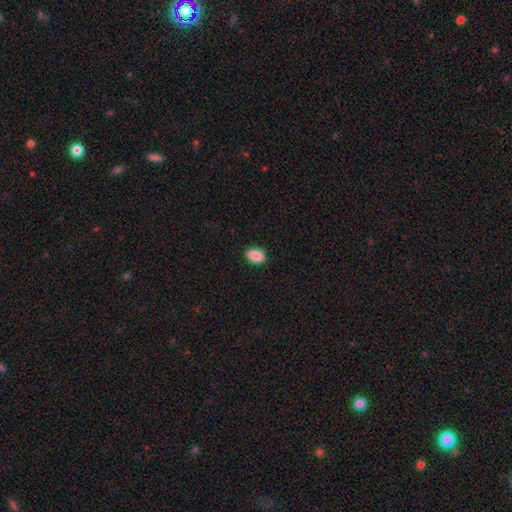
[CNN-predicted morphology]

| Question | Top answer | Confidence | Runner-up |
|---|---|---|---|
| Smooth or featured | smooth | 89% | star or artifact (7%) |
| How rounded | in between | 85% | round (14%) |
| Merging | none | 87% | minor disturbance (10%) |